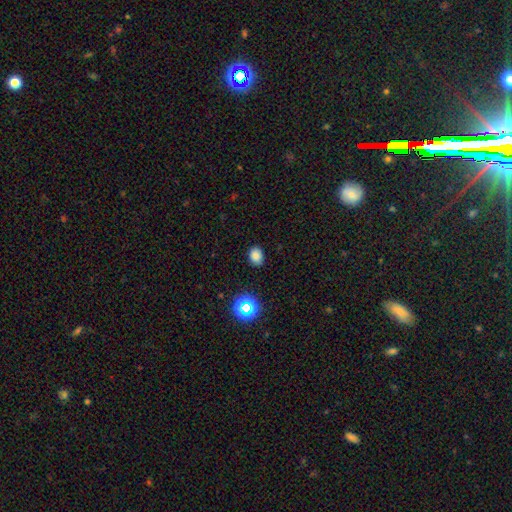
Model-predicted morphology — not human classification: This appears to be a smooth galaxy with no disk features (80%) that is in between round and cigar-shaped (61%). Merging: none (86%).